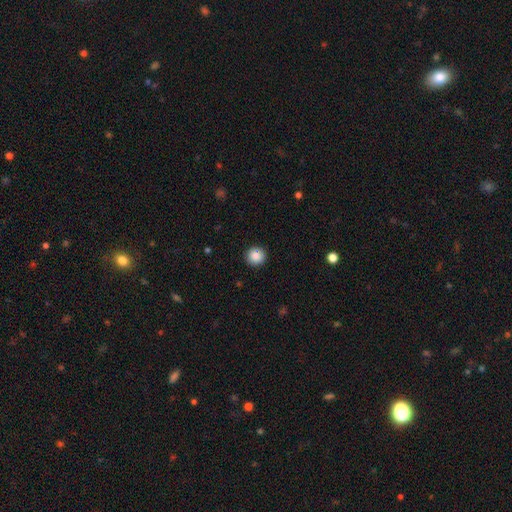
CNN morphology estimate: A smooth galaxy with no disk features (88%) that is round (93%).

Vote fractions:
- Smooth or featured? smooth: 88% / star or artifact: 9% / featured or disk: 3%
- How rounded? round: 93% / in between: 6% / cigar-shaped: 1%
- Merging? none: 92% / minor disturbance: 5% / major disturbance: 2% / merger: 1%